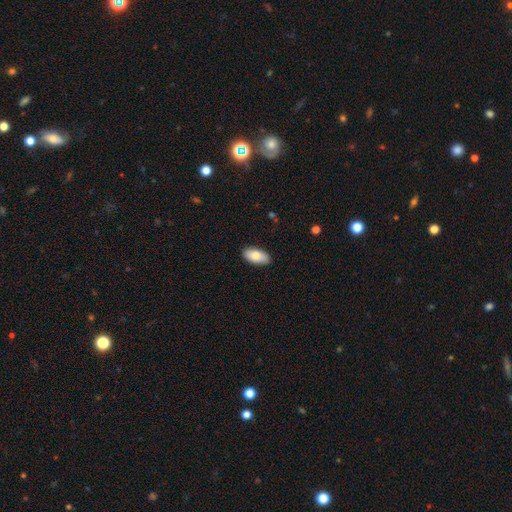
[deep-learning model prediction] This appears to be a smooth galaxy with no disk features (81%) that is in between round and cigar-shaped (93%). Merging: none (88%).